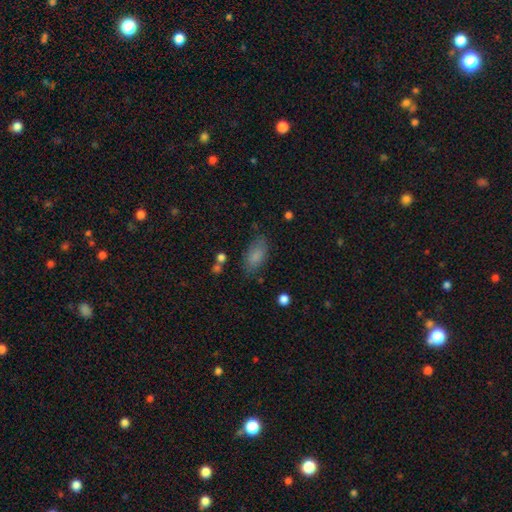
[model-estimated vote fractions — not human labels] The model was most divided on "merging": none: 76%, minor disturbance: 16%, major disturbance: 5%, merger: 3%. More confident: how rounded — in between (89%); smooth or featured — smooth (83%).